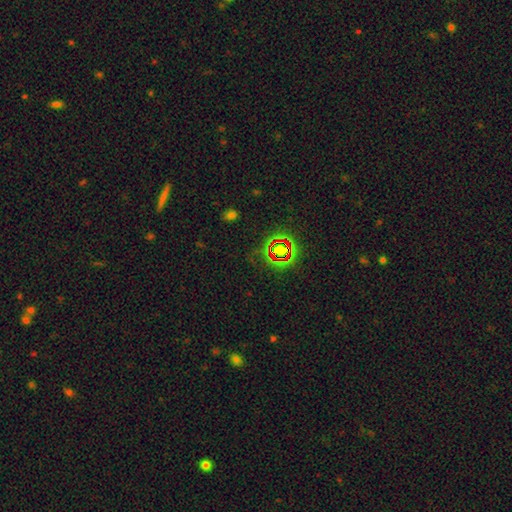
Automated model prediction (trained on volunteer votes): Q: Smooth or featured?
A: star or artifact (57%); runner-up: featured or disk (25%)